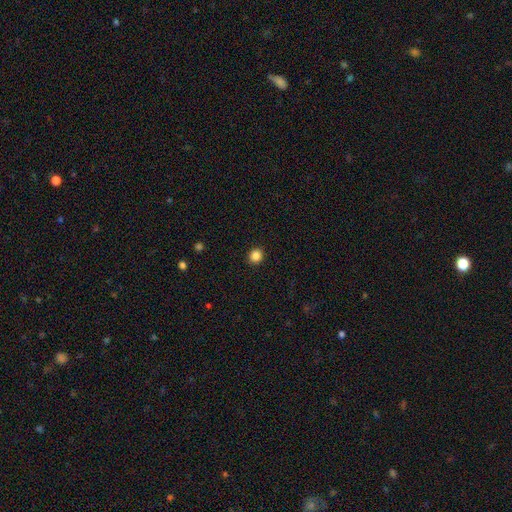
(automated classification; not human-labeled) A smooth galaxy with no disk features (86%) that is round (83%). Merging: none (92%).